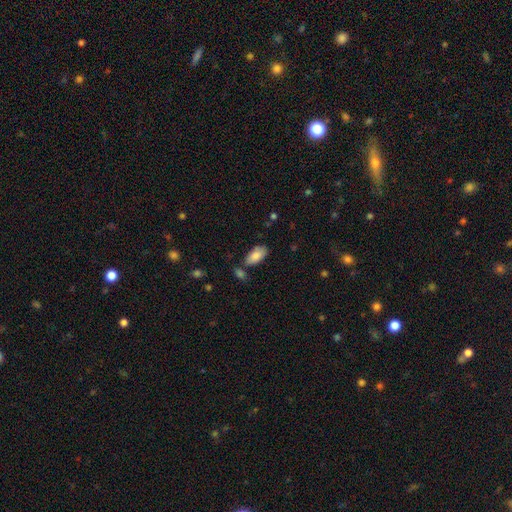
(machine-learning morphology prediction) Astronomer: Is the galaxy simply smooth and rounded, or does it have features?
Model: smooth — 84%.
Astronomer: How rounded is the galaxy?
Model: in between — 92%.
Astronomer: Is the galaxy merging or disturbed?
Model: none — 73%.